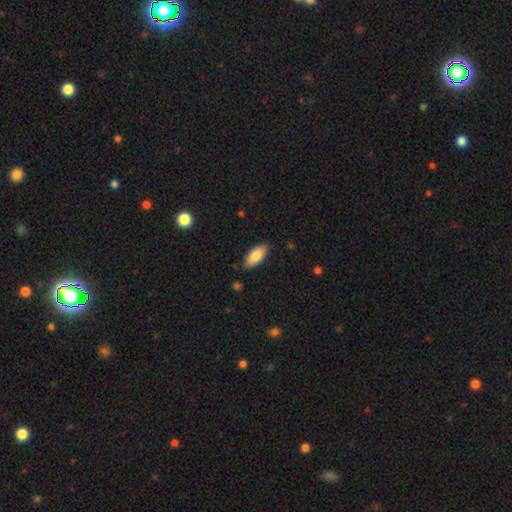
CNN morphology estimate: type=smooth (83%); roundness=in between (86%); merging=none (85%).